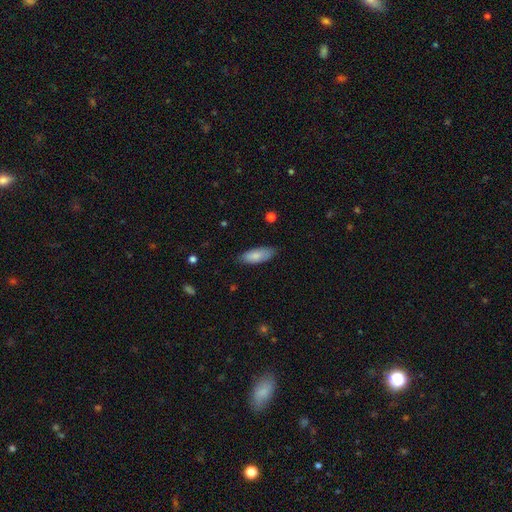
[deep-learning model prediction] smooth 84%, featured or disk 11%, star or artifact 6%. Down the decision tree: how rounded — in between (79%); merging — none (77%).